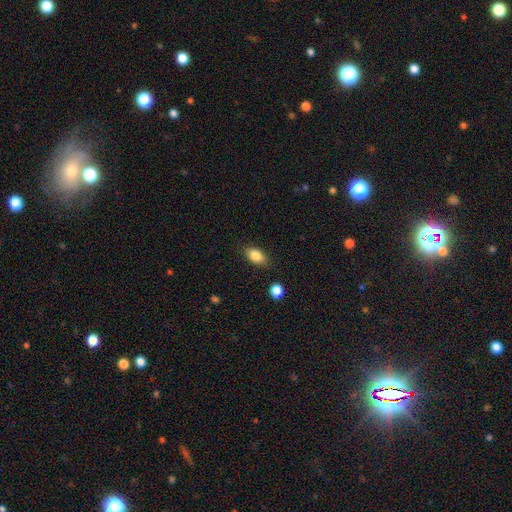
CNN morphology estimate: The model was most divided on "merging": none: 84%, minor disturbance: 11%, major disturbance: 3%, merger: 2%. More confident: how rounded — in between (86%); smooth or featured — smooth (84%).